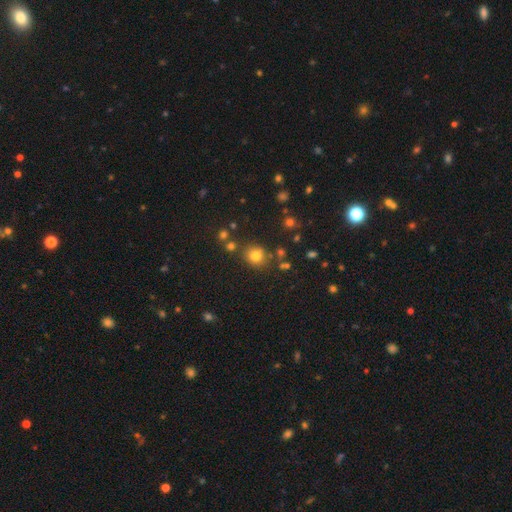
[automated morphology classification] type=smooth (78%); roundness=round (84%); merging=none (79%).